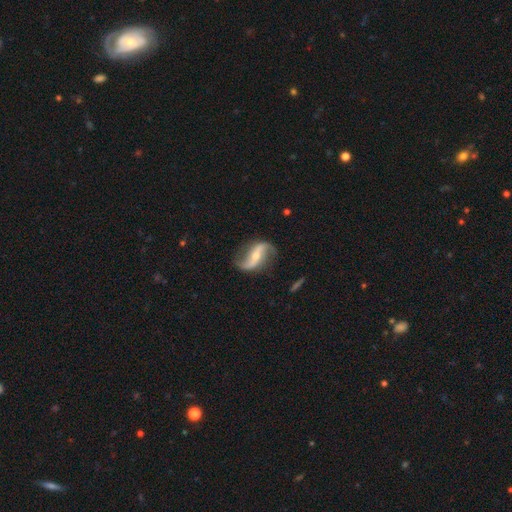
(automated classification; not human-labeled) This appears to be a featured or disk galaxy (89%) with a strong bar (42%), 2 (93%) loose (85%) spiral arms (96%) and a small central bulge (57%). Merging: none (78%).